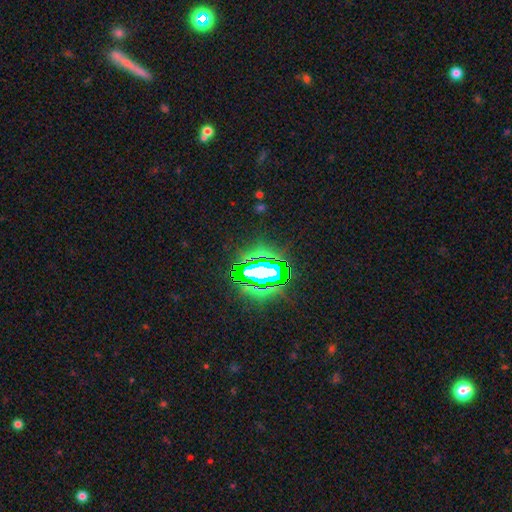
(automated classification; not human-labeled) Smooth or featured?
  - star or artifact: 78% *
  - smooth: 15%
  - featured or disk: 8%